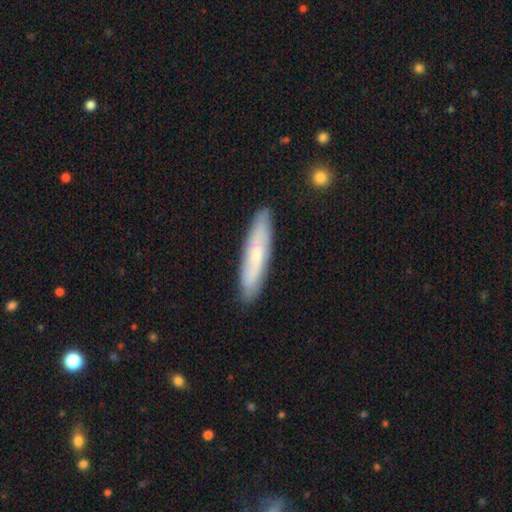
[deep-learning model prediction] smooth-or-featured: smooth: 57% | featured or disk: 37% | star or artifact: 6%
  how-rounded: cigar-shaped: 77% | in between: 21% | round: 2%
  merging: none: 86% | minor disturbance: 10% | major disturbance: 2% | merger: 1%